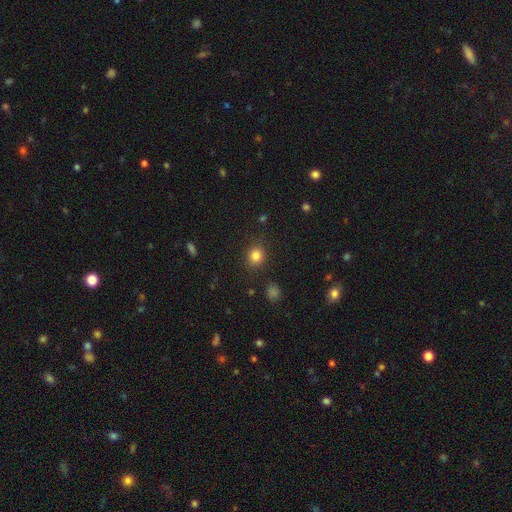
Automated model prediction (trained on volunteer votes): A smooth galaxy with no disk features (83%) that is round (81%).

Vote fractions:
- Smooth or featured? smooth: 83% / star or artifact: 12% / featured or disk: 5%
- How rounded? round: 81% / in between: 18% / cigar-shaped: 1%
- Merging? none: 87% / minor disturbance: 8% / major disturbance: 3% / merger: 2%